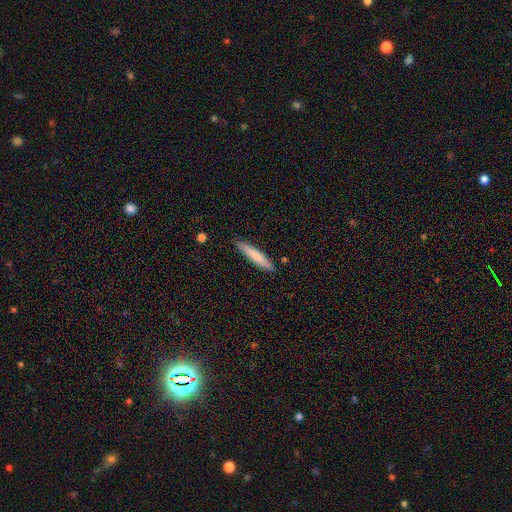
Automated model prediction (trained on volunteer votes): Morphology: type=smooth (77%); roundness=cigar-shaped (91%); merging=none (88%).